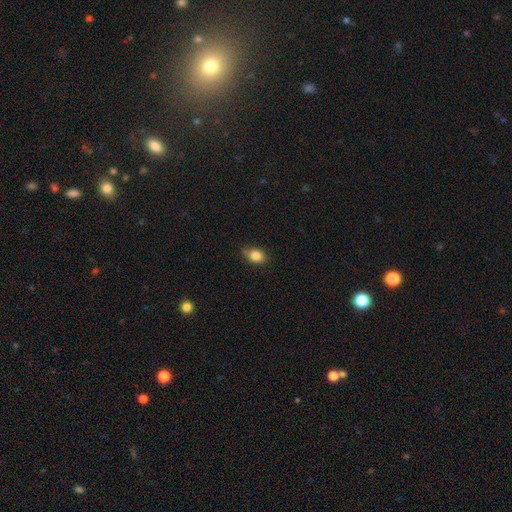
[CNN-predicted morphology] Q: Smooth or featured?
A: smooth (84%); runner-up: star or artifact (9%)
Q: How rounded?
A: in between (75%); runner-up: round (23%)
Q: Merging?
A: none (76%); runner-up: minor disturbance (20%)